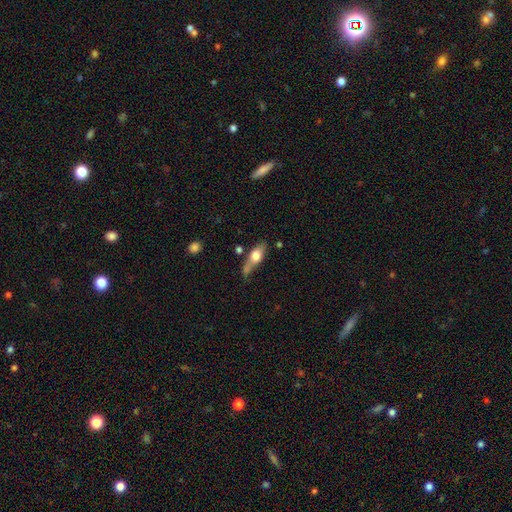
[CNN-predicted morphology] This appears to be a smooth galaxy with no disk features (59%) that is in between round and cigar-shaped (60%). Merging: none (51%).